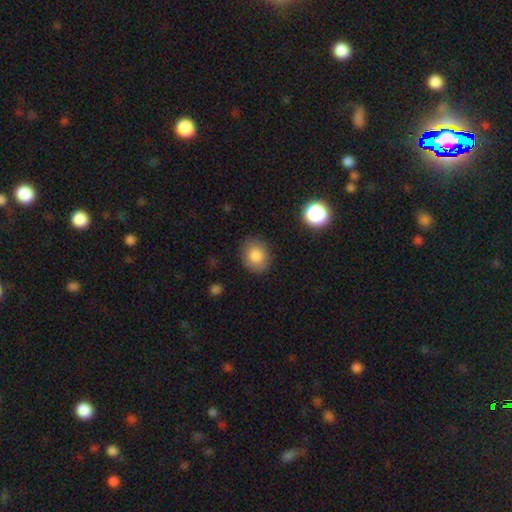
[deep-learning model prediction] A smooth galaxy with no disk features (83%) that is round (59%). Merging: none (85%).